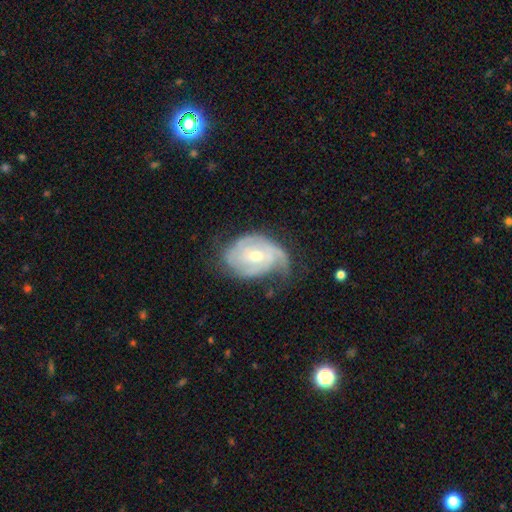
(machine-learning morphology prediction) smooth_or_featured: featured or disk (p=0.80) [alt: smooth p=0.15]
disk_edge_on: no (p=0.97) [alt: yes p=0.03]
bar: no (p=0.57) [alt: weak p=0.36]
has_spiral_arms: yes (p=0.91) [alt: no p=0.09]
spiral_winding: tight (p=0.56) [alt: medium p=0.32]
spiral_arm_count: 2 (p=0.31) [alt: can't tell p=0.30]
bulge_size: moderate (p=0.61) [alt: small p=0.34]
merging: none (p=0.47) [alt: minor disturbance p=0.32]